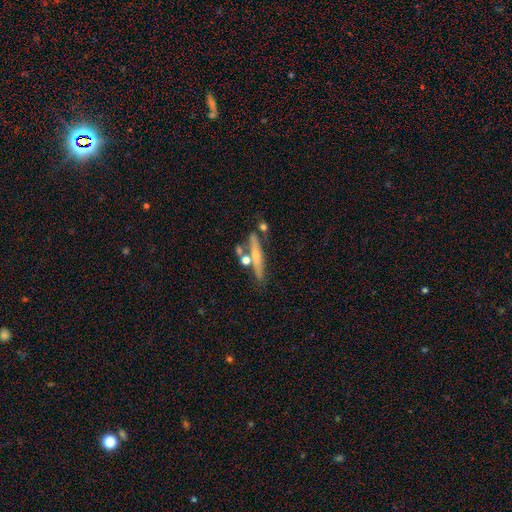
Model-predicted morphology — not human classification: Smooth or featured? featured or disk (60%)
Edge-on disk? yes (92%)
Edge-on bulge? rounded (76%)
Merging? none (69%)